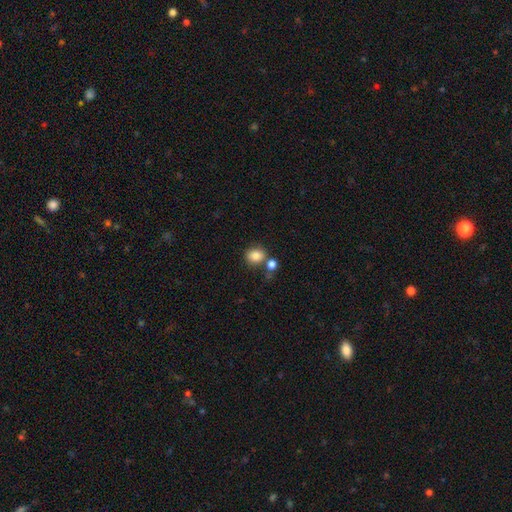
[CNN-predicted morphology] Q: Smooth or featured?
A: smooth (84%); runner-up: star or artifact (10%)
Q: How rounded?
A: round (60%); runner-up: in between (39%)
Q: Merging?
A: none (60%); runner-up: merger (24%)